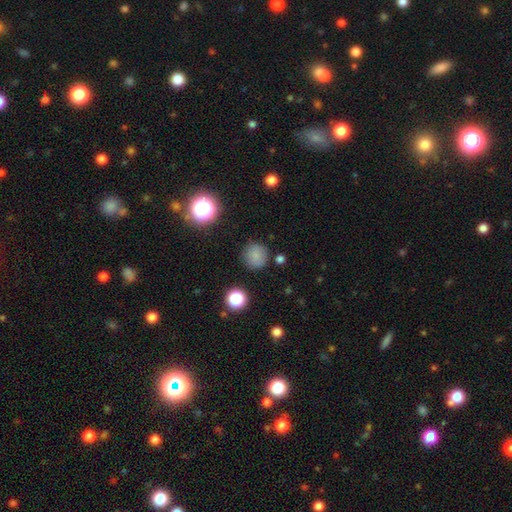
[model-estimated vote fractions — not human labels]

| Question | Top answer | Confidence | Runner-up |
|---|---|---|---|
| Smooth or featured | smooth | 79% | star or artifact (15%) |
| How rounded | round | 92% | in between (7%) |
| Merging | none | 85% | minor disturbance (10%) |